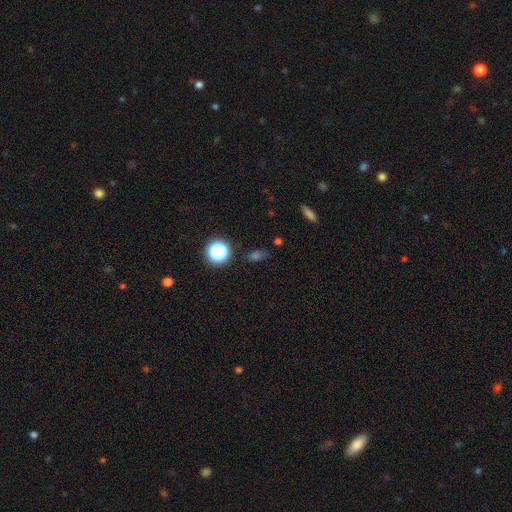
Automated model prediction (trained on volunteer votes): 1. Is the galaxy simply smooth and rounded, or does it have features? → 50% smooth, 41% star or artifact, 9% featured or disk.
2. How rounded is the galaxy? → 49% round, 44% in between, 7% cigar-shaped.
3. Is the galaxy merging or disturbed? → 76% none, 13% minor disturbance, 6% merger, 5% major disturbance.